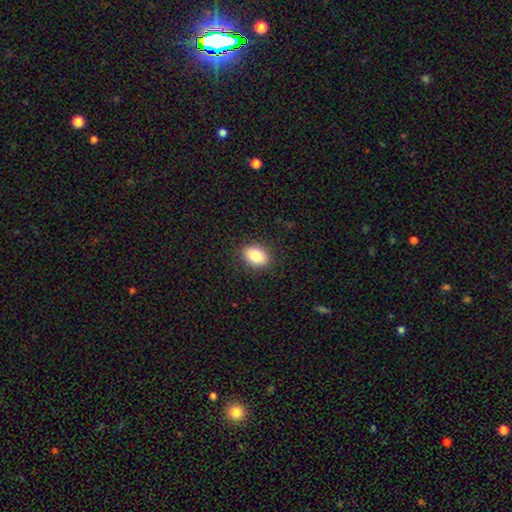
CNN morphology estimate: smooth 85%, star or artifact 8%, featured or disk 7%. Down the decision tree: how rounded — in between (77%); merging — none (88%).